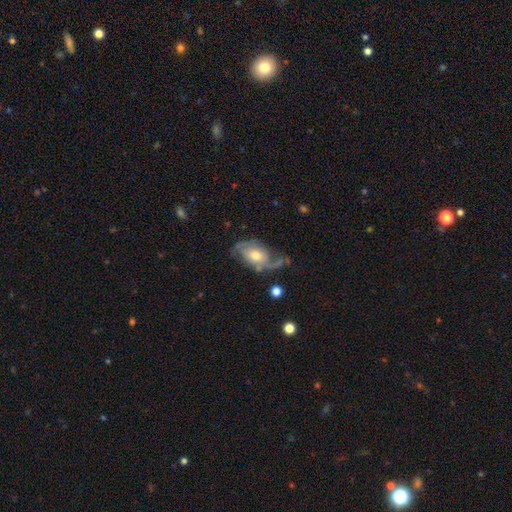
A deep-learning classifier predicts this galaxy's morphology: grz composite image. It shows a featured or disk galaxy (77%) with no bar (65%), 2 (80%) loose (46%) spiral arms (91%) and a moderate central bulge (65%). Merging: none (54%).